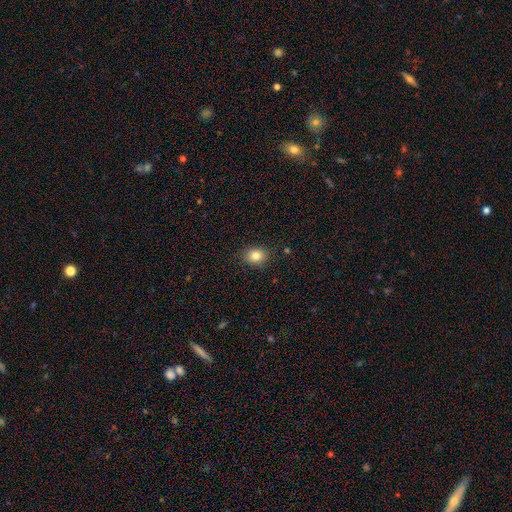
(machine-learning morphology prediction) This is clearly a smooth galaxy (83%). How rounded: possibly in between (51%). Merging: clearly none (86%).